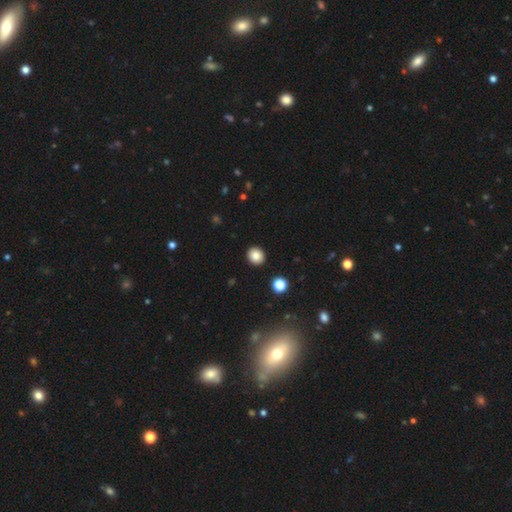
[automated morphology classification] The model was most divided on "how rounded": round: 84%, in between: 15%, cigar-shaped: 1%. More confident: merging — none (92%); smooth or featured — smooth (85%).